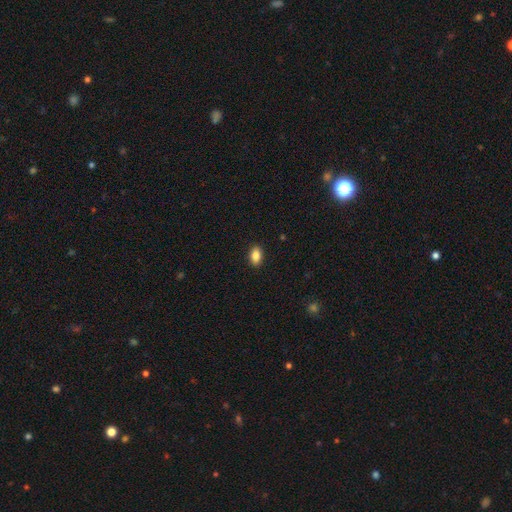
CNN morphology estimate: Smooth or featured? Predicted: smooth (p=0.86). How rounded? Predicted: in between (p=0.88). Merging? Predicted: none (p=0.90).